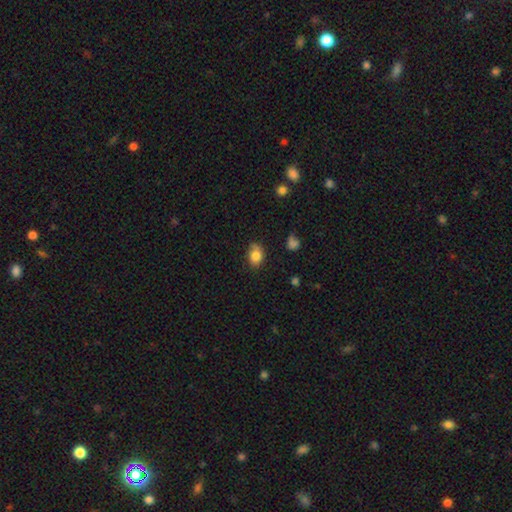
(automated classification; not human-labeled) Overall: smooth (81%). How rounded: in between (66%; round 33%). Merging: none (60%; minor disturbance 30%).